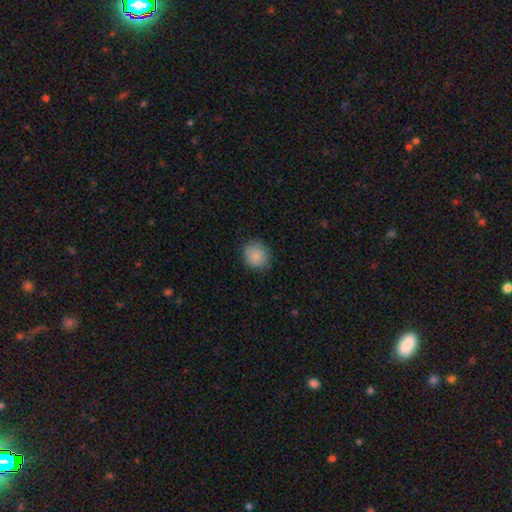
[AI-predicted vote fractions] smooth 88%, star or artifact 8%, featured or disk 4%. Down the decision tree: how rounded — round (81%); merging — none (85%).